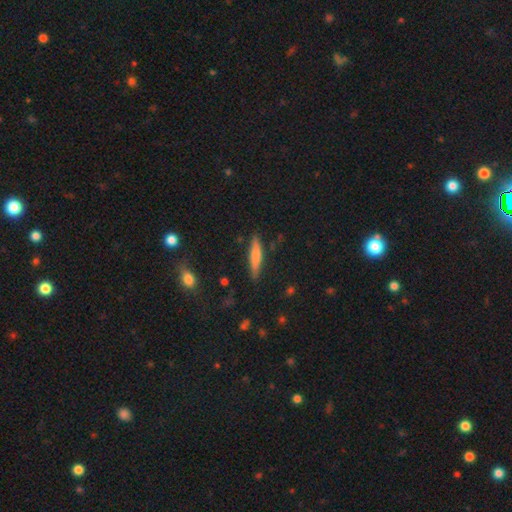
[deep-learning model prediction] The model was most divided on "smooth or featured": smooth: 67%, featured or disk: 26%, star or artifact: 7%. More confident: how rounded — cigar-shaped (86%); merging — none (85%).